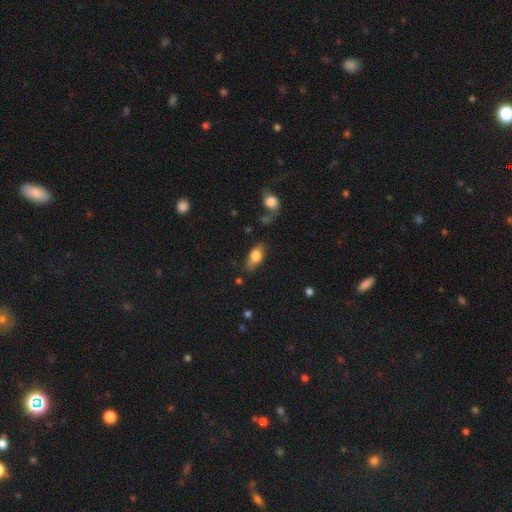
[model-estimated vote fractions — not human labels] smooth_or_featured: smooth (p=0.71) [alt: featured or disk p=0.22]
how_rounded: in between (p=0.82) [alt: cigar-shaped p=0.10]
merging: none (p=0.68) [alt: minor disturbance p=0.21]